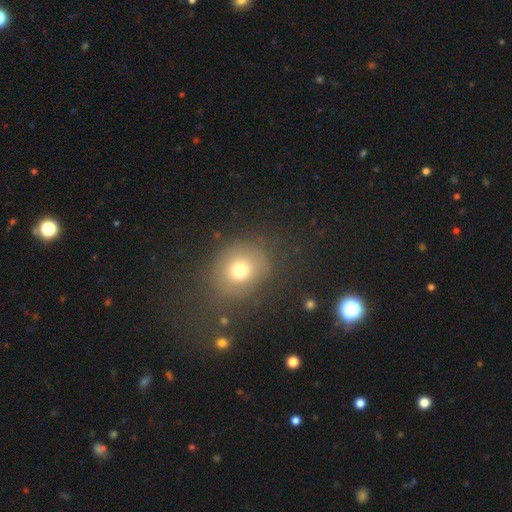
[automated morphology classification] Smooth or featured: smooth — 64% (star or artifact — 22%)
How rounded: round — 62% (in between — 37%)
Merging: none — 72% (minor disturbance — 15%)